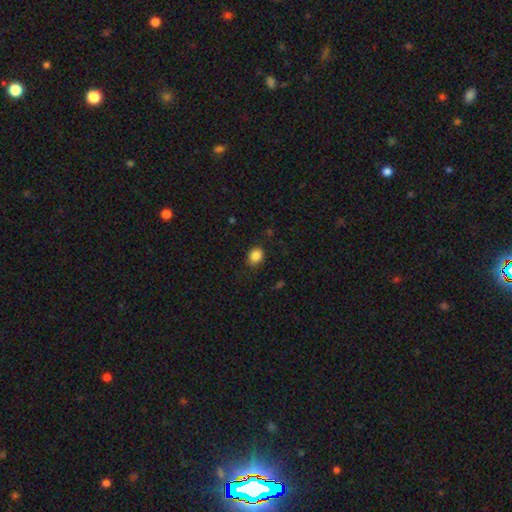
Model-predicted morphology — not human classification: A smooth galaxy with no disk features (86%) that is round (53%).

Vote fractions:
- Smooth or featured? smooth: 86% / star or artifact: 10% / featured or disk: 4%
- How rounded? round: 53% / in between: 46% / cigar-shaped: 1%
- Merging? none: 83% / minor disturbance: 13% / major disturbance: 3% / merger: 1%